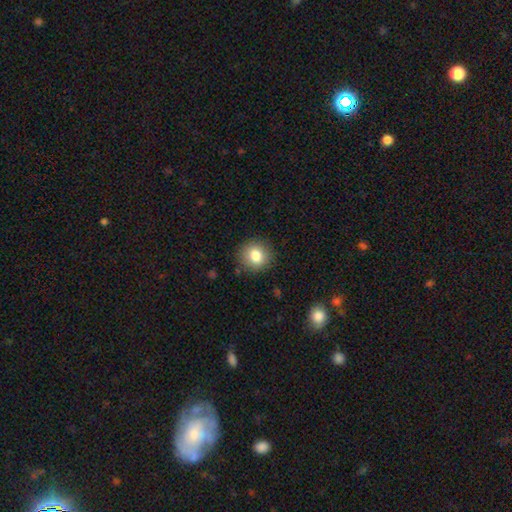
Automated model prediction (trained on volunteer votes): Smooth or featured? smooth (82%)
How rounded? round (88%)
Merging? none (89%)